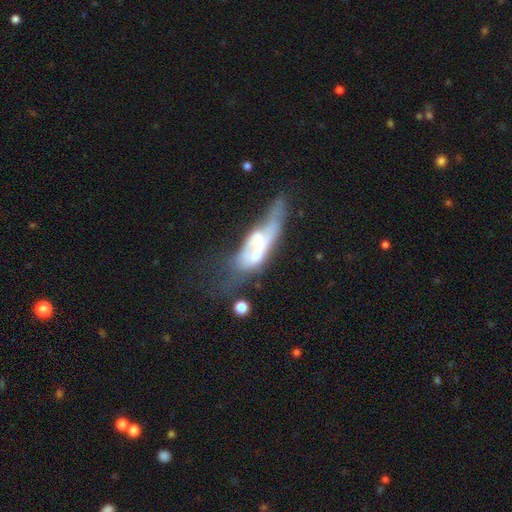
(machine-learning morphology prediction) A featured or disk galaxy (58%). Merging: merger (53%).